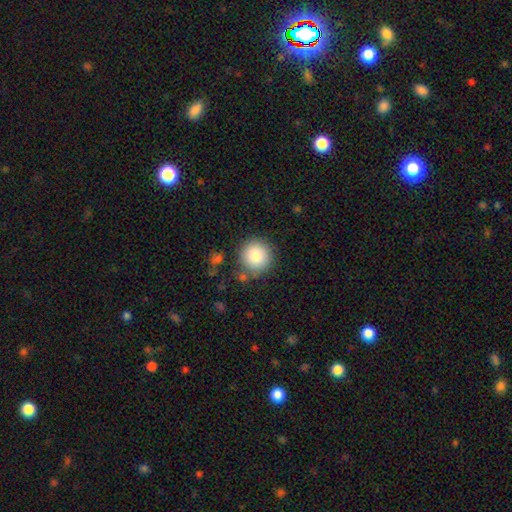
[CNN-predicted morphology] Q: Smooth or featured?
A: smooth (84%); runner-up: star or artifact (9%)
Q: How rounded?
A: round (95%); runner-up: in between (4%)
Q: Merging?
A: none (83%); runner-up: minor disturbance (9%)